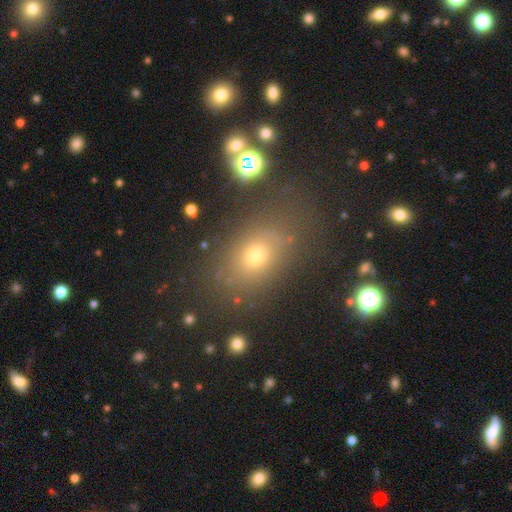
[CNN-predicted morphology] Smooth or featured? smooth (64%)
How rounded? in between (68%)
Merging? none (78%)